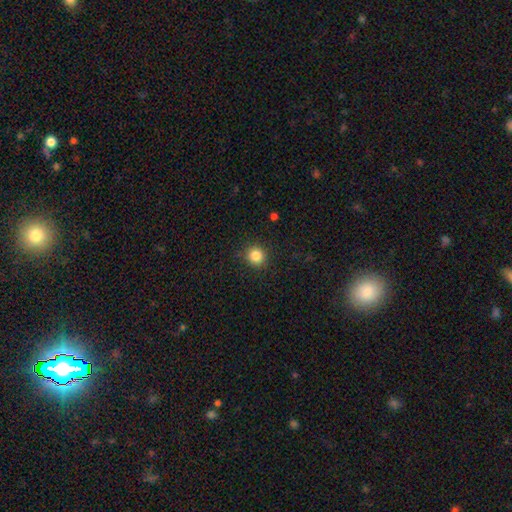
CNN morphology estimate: Smooth or featured? Predicted: smooth (p=0.84). How rounded? Predicted: round (p=0.92). Merging? Predicted: none (p=0.90).